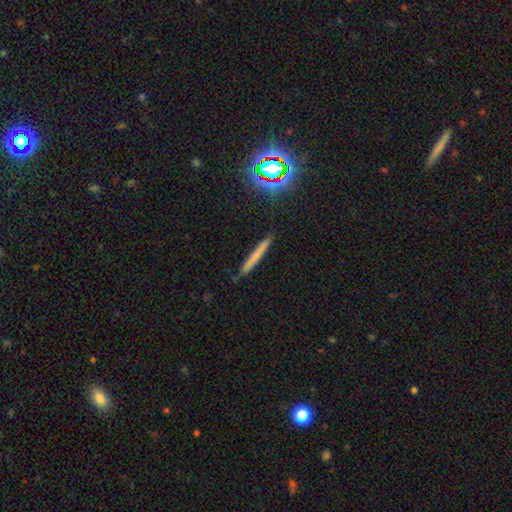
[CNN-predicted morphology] Q: Smooth or featured?
A: smooth (62%); runner-up: featured or disk (25%)
Q: How rounded?
A: cigar-shaped (95%); runner-up: in between (3%)
Q: Merging?
A: none (88%); runner-up: minor disturbance (9%)